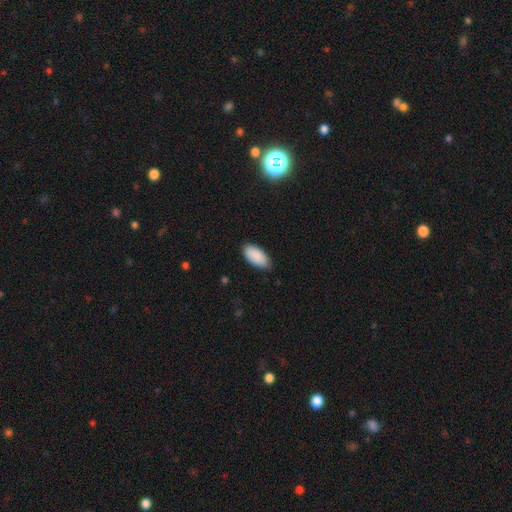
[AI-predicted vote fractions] Smooth or featured: smooth — 91% (star or artifact — 6%)
How rounded: in between — 94% (cigar-shaped — 4%)
Merging: none — 83% (minor disturbance — 13%)